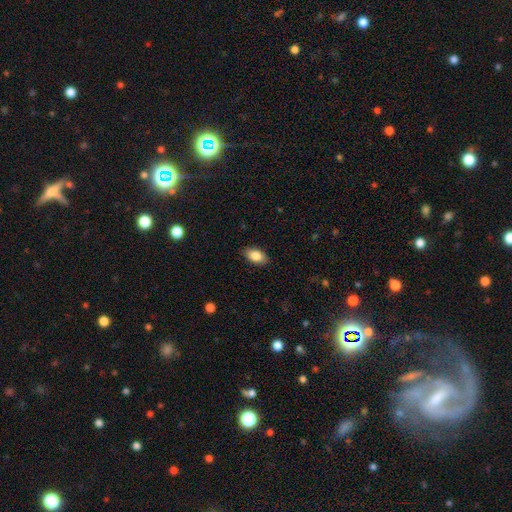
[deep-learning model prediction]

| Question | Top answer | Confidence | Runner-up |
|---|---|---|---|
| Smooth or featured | smooth | 85% | featured or disk (8%) |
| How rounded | in between | 92% | round (6%) |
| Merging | none | 88% | minor disturbance (9%) |